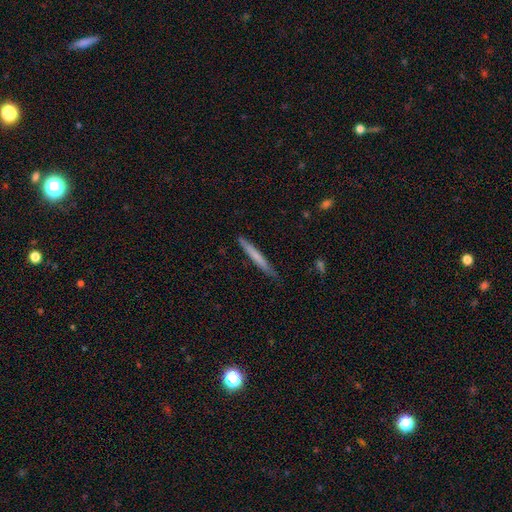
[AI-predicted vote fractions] Q: Smooth or featured?
A: smooth (62%); runner-up: featured or disk (32%)
Q: How rounded?
A: cigar-shaped (96%); runner-up: in between (2%)
Q: Merging?
A: none (86%); runner-up: minor disturbance (11%)